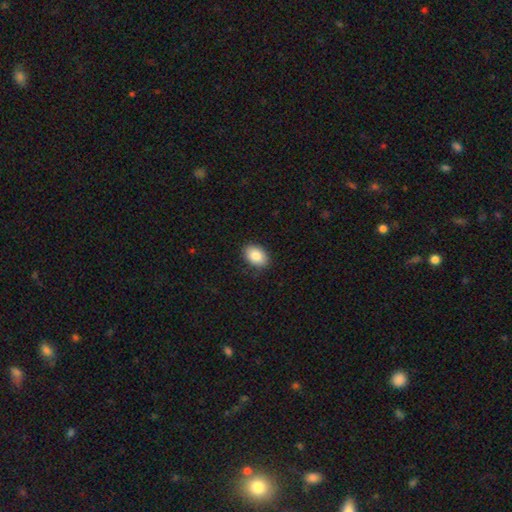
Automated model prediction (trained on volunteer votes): Overall: smooth (86%). How rounded: in between (83%). Merging: none (83%).